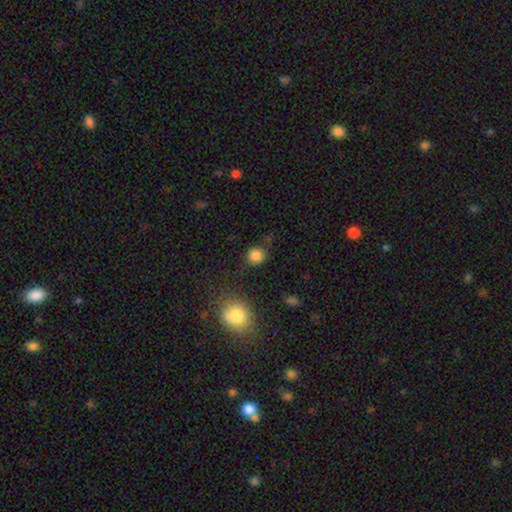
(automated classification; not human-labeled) Q: Smooth or featured?
A: smooth (84%); runner-up: star or artifact (11%)
Q: How rounded?
A: round (84%); runner-up: in between (15%)
Q: Merging?
A: none (79%); runner-up: minor disturbance (13%)